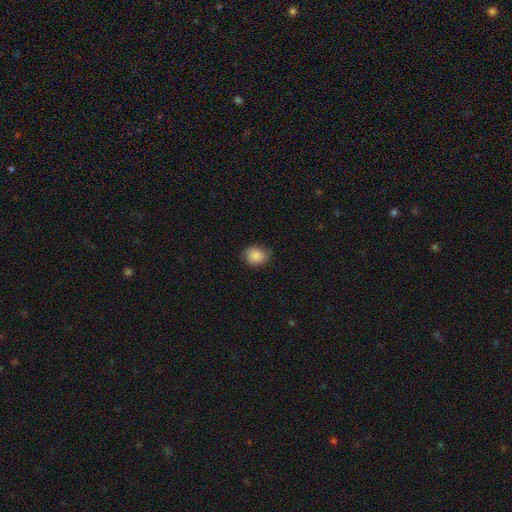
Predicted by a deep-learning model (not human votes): Q: Smooth or featured?
A: smooth (87%); runner-up: star or artifact (8%)
Q: How rounded?
A: round (71%); runner-up: in between (29%)
Q: Merging?
A: none (82%); runner-up: minor disturbance (14%)